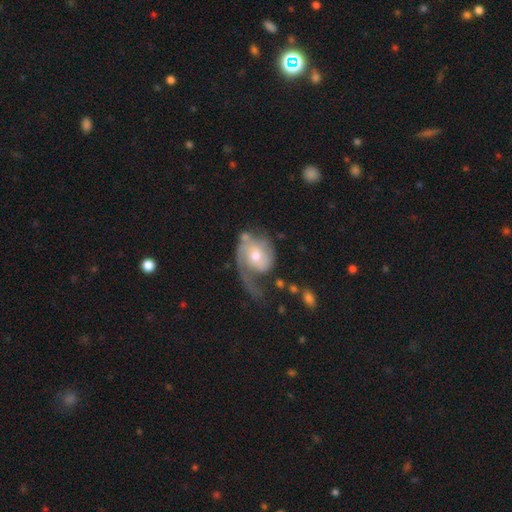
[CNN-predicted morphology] smooth-or-featured: featured or disk: 69% | smooth: 25% | star or artifact: 6%
  disk-edge-on: no: 97% | yes: 3%
    bar: no: 67% | weak: 27% | strong: 6%
    has-spiral-arms: yes: 85% | no: 15%
      spiral-winding: loose: 42% | medium: 34% | tight: 24%
      spiral-arm-count: 1: 62% | 2: 26% | can't tell: 9% | 3: 2% | 4: 1% | more than 4: 1%
    bulge-size: moderate: 61% | small: 31% | large: 5% | none: 1% | dominant: 1%
  merging: major disturbance: 45% | none: 29% | minor disturbance: 19% | merger: 8%